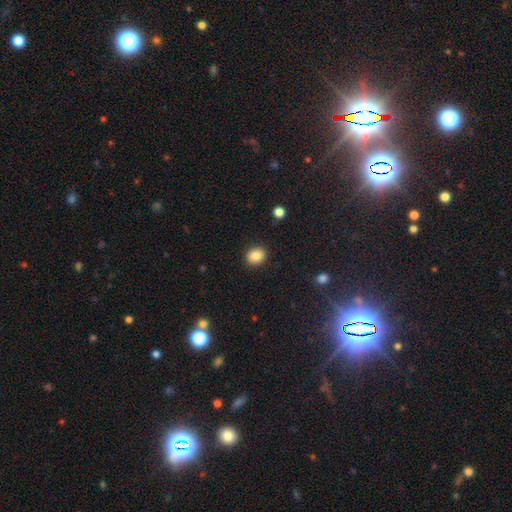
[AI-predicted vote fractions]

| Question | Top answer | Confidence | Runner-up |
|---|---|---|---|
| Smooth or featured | smooth | 86% | star or artifact (9%) |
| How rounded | round | 65% | in between (34%) |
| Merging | none | 91% | minor disturbance (6%) |